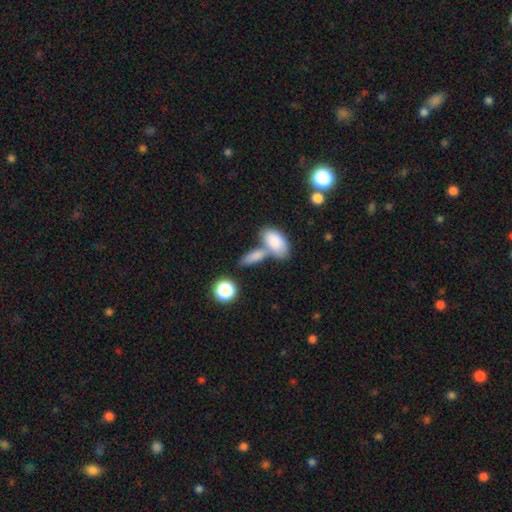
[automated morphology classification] type=smooth (82%); roundness=in between (81%); merging=merger (47%).